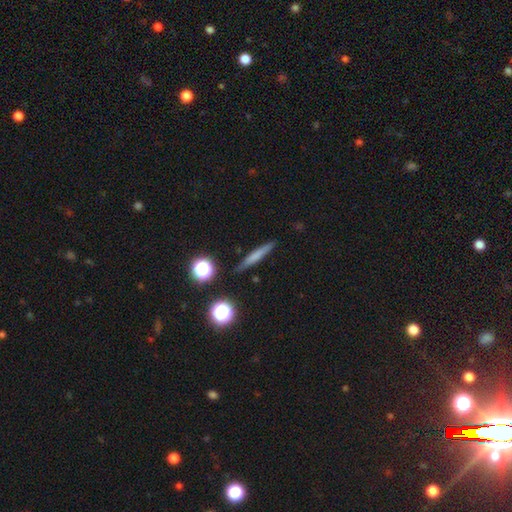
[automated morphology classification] smooth_or_featured: smooth (p=0.60) [alt: featured or disk p=0.30]
how_rounded: cigar-shaped (p=0.89) [alt: in between p=0.06]
merging: none (p=0.87) [alt: minor disturbance p=0.09]